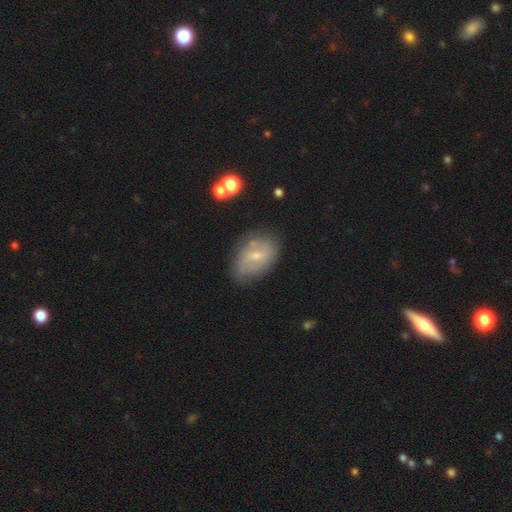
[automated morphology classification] smooth_or_featured: smooth (p=0.48) [alt: featured or disk p=0.43]
merging: none (p=0.61) [alt: minor disturbance p=0.26]